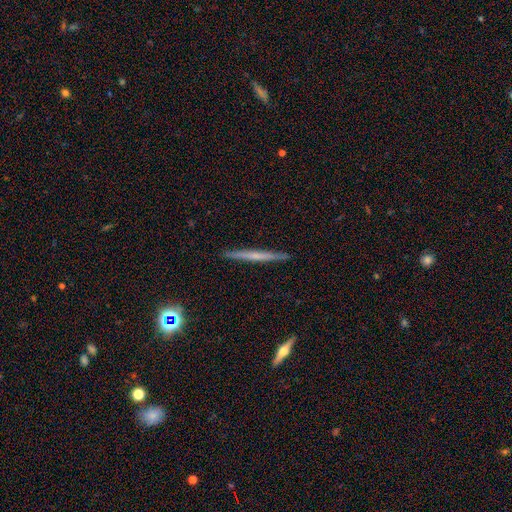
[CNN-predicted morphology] Smooth or featured? Predicted: featured or disk (p=0.56). Edge-on disk? Predicted: yes (p=0.98). Edge-on bulge? Predicted: none (p=0.59). Merging? Predicted: none (p=0.91).